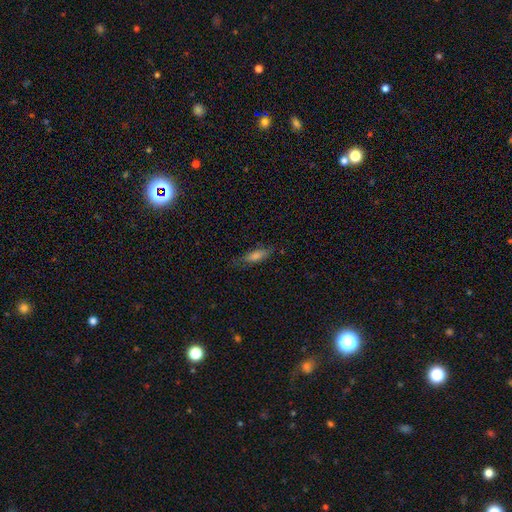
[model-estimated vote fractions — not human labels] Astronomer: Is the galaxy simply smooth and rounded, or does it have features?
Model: smooth — 68%.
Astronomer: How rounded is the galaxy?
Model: cigar-shaped — 52% (runner-up: in between, 45%).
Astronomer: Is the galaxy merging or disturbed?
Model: none — 72%.